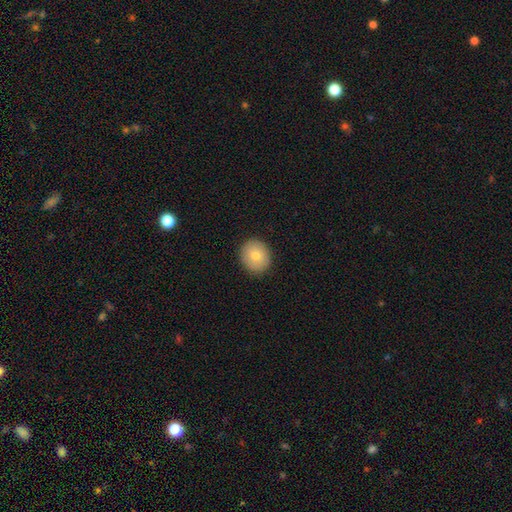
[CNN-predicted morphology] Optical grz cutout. It shows a smooth galaxy with no disk features (79%) that is round (77%). Merging: none (89%).